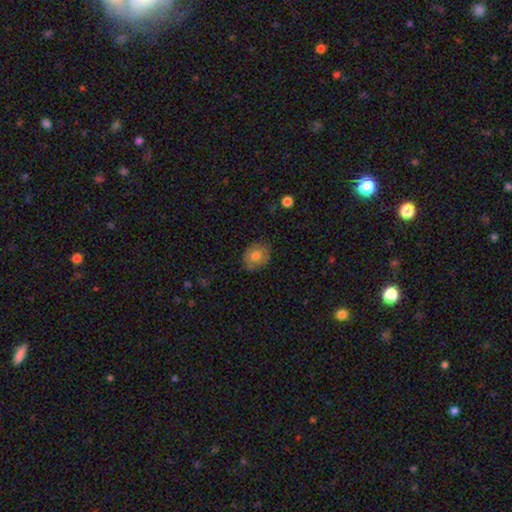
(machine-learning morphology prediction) Smooth or featured? smooth (73%)
How rounded? round (63%)
Merging? none (78%)